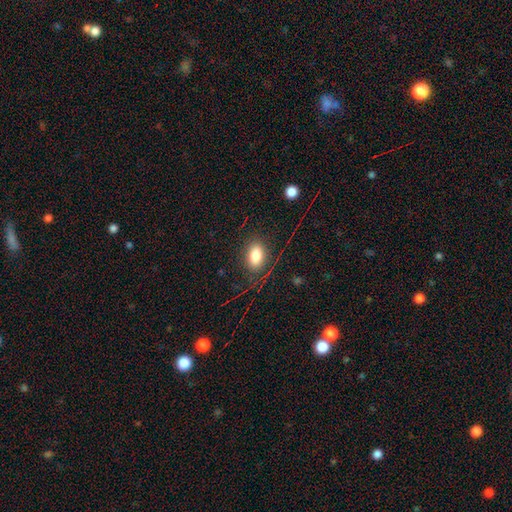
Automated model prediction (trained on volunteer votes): This is clearly a smooth galaxy (80%). How rounded: clearly in between (87%). Merging: clearly none (82%).